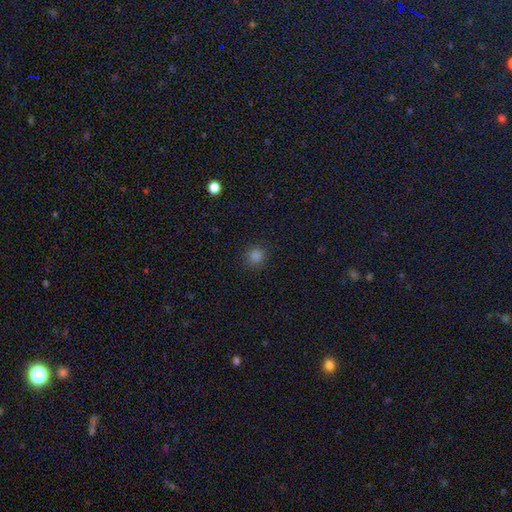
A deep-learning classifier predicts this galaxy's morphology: Overall: smooth (80%). How rounded: round (93%). Merging: none (91%).